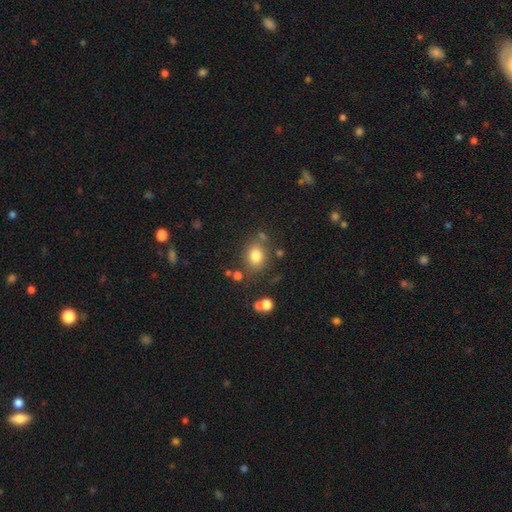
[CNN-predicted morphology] Smooth or featured?
  - smooth: 79% *
  - star or artifact: 12%
  - featured or disk: 9%
How rounded?
  - round: 51% *
  - in between: 48%
  - cigar-shaped: 1%
Merging?
  - none: 74% *
  - minor disturbance: 13%
  - merger: 8%
  - major disturbance: 5%